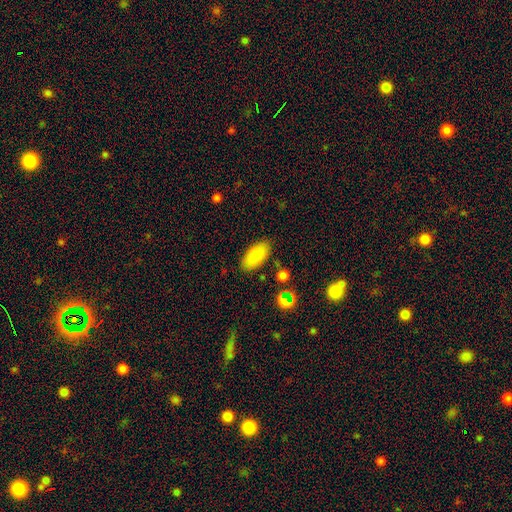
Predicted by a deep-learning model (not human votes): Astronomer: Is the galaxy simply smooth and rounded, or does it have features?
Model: smooth — 87%.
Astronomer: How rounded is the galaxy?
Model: in between — 89%.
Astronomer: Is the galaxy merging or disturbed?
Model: none — 85%.